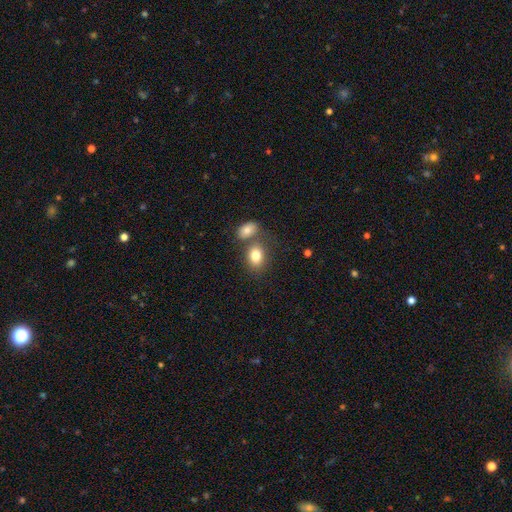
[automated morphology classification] smooth-or-featured: smooth: 81% | featured or disk: 10% | star or artifact: 9%
  how-rounded: in between: 67% | round: 32% | cigar-shaped: 1%
  merging: none: 52% | merger: 32% | minor disturbance: 12% | major disturbance: 4%